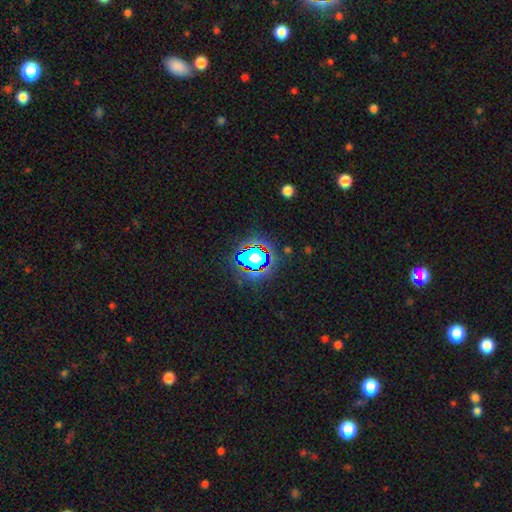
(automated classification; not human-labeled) Smooth or featured? star or artifact (80%)